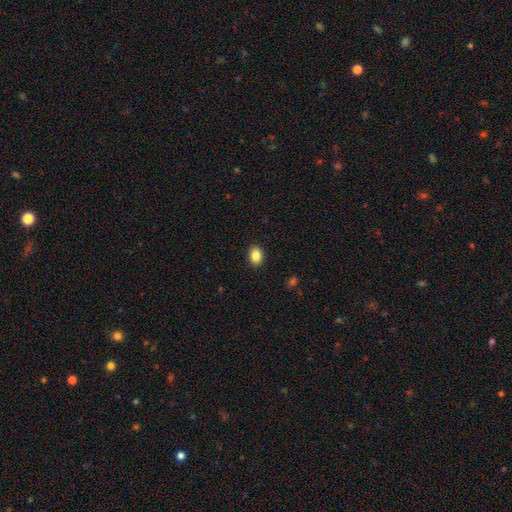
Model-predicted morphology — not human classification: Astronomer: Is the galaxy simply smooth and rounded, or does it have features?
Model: smooth — 85%.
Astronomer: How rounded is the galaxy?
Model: in between — 73%.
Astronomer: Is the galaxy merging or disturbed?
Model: none — 91%.